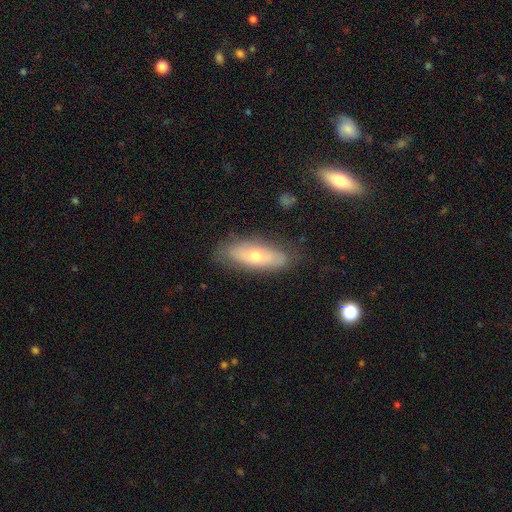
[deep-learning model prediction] This is possibly a smooth galaxy (50%). How rounded: likely in between (67%). Merging: likely none (77%).